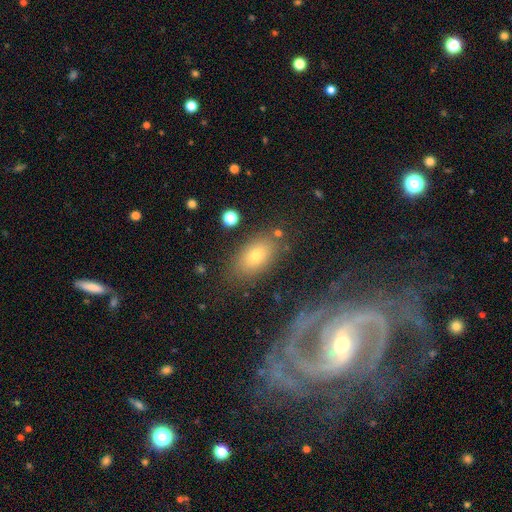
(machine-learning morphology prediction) This is likely a smooth galaxy (65%). How rounded: clearly in between (88%). Merging: likely none (79%).